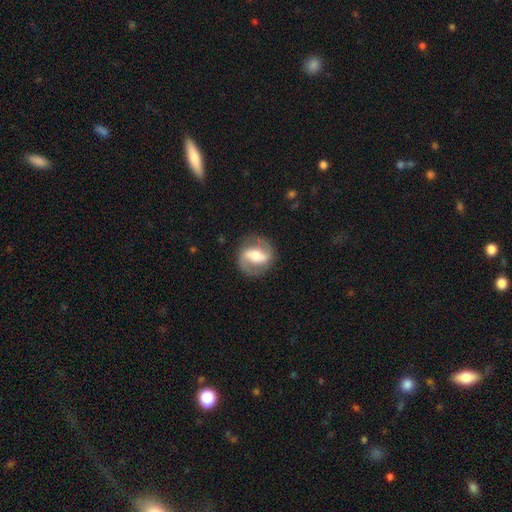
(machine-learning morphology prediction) Smooth or featured?
  - featured or disk: 76% *
  - smooth: 18%
  - star or artifact: 6%
Edge-on disk?
  - no: 96% *
  - yes: 4%
Bar?
  - strong: 53% *
  - weak: 31%
  - no: 16%
Spiral arms?
  - yes: 87% *
  - no: 13%
Spiral winding?
  - medium: 48% *
  - loose: 28%
  - tight: 24%
Spiral arm count?
  - 2: 90% *
  - can't tell: 4%
  - 1: 3%
  - 3: 1%
  - 4: 1%
  - more than 4: 1%
Bulge size?
  - moderate: 56% *
  - small: 23%
  - large: 16%
  - dominant: 2%
  - none: 2%
Merging?
  - none: 83% *
  - minor disturbance: 11%
  - major disturbance: 5%
  - merger: 1%